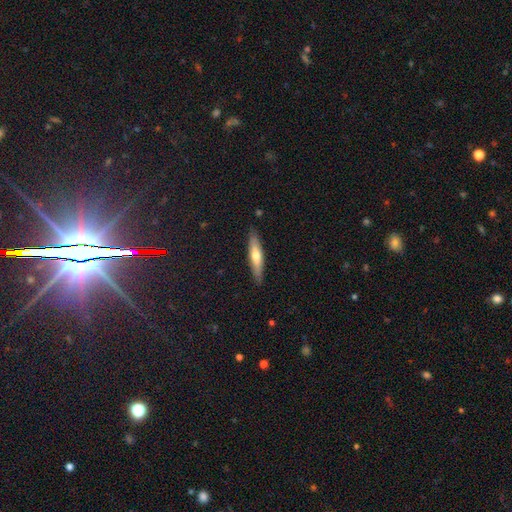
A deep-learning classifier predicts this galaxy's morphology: Smooth or featured: smooth — 53% (featured or disk — 42%)
How rounded: cigar-shaped — 80% (in between — 18%)
Merging: none — 87% (minor disturbance — 10%)